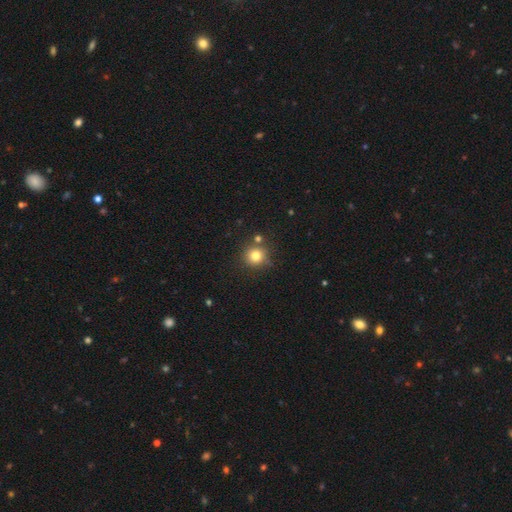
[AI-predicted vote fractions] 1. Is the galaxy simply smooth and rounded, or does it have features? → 79% smooth, 14% star or artifact, 7% featured or disk.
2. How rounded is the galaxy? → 93% round, 6% in between, 1% cigar-shaped.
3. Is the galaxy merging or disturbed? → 79% none, 9% minor disturbance, 9% merger, 3% major disturbance.